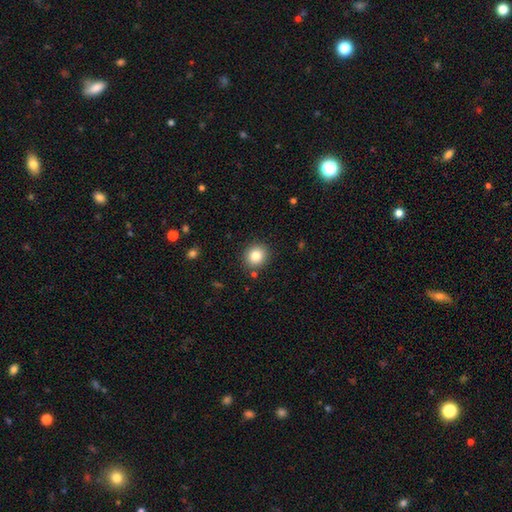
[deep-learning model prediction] Smooth or featured? Predicted: smooth (p=0.83). How rounded? Predicted: round (p=0.84). Merging? Predicted: none (p=0.88).